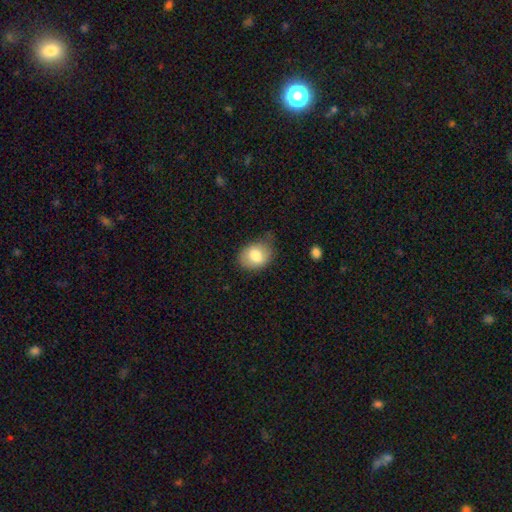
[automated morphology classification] smooth_or_featured: smooth (p=0.80) [alt: featured or disk p=0.13]
how_rounded: in between (p=0.60) [alt: round p=0.39]
merging: none (p=0.59) [alt: minor disturbance p=0.31]